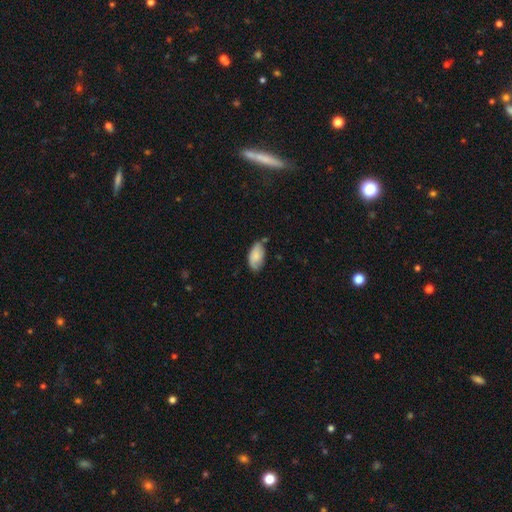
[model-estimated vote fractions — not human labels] Q: Smooth or featured?
A: smooth (76%); runner-up: featured or disk (18%)
Q: How rounded?
A: in between (94%); runner-up: cigar-shaped (3%)
Q: Merging?
A: none (62%); runner-up: minor disturbance (29%)